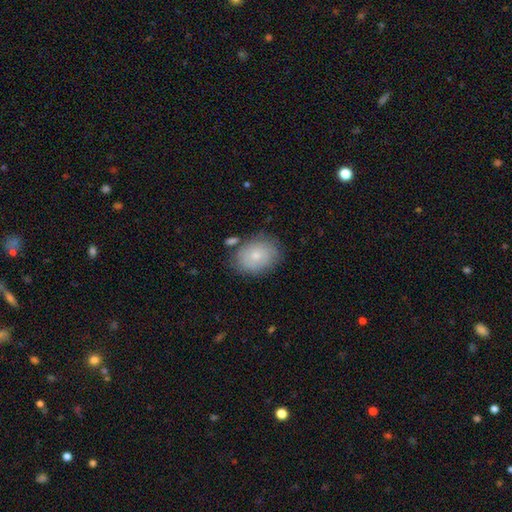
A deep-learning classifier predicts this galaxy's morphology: type=smooth (69%); roundness=in between (62%); merging=none (74%).